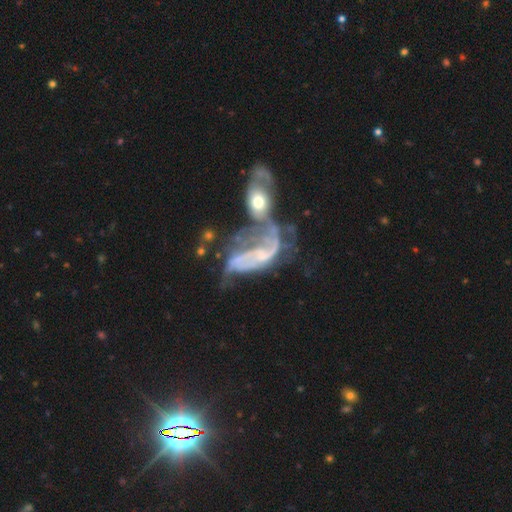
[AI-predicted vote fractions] The model was most divided on "spiral winding": loose: 49%, medium: 33%, tight: 18%. More confident: edge-on disk — no (92%); spiral arms — yes (79%); smooth or featured — featured or disk (79%); merging — merger (59%); spiral arm count — 2 (58%); bar — no (55%); bulge size — small (52%).